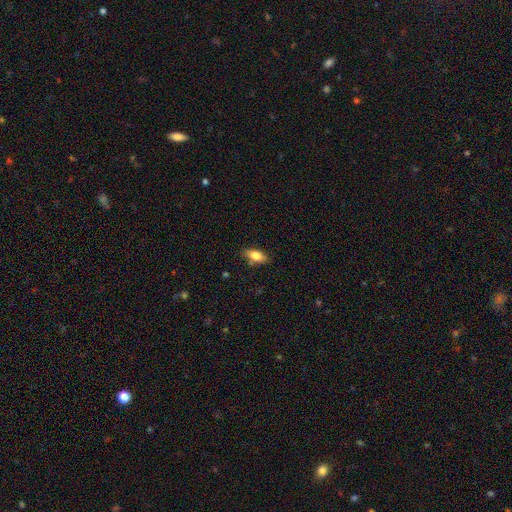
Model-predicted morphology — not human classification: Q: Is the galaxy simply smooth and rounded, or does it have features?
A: smooth — 79%.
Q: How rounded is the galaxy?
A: in between — 84%.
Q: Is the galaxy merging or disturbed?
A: none — 80%.